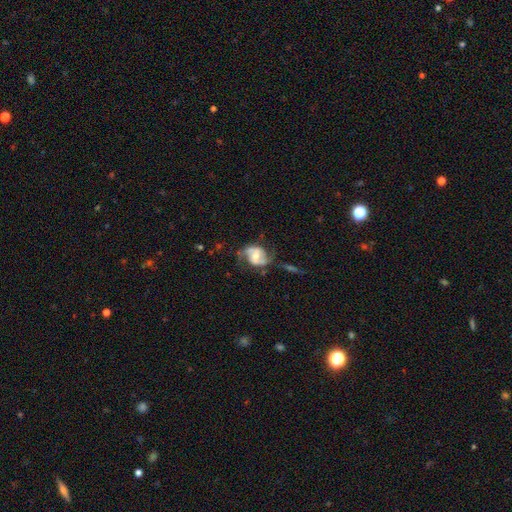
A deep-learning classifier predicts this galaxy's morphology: Overall: featured or disk (74%). Edge-on disk: no (97%). Bar: weak (40%; no 36%). Spiral arms: yes (86%). Spiral arm count: 2 (86%). Spiral winding: medium (43%; loose 38%). Bulge size: moderate (61%; small 30%). Merging: none (58%; minor disturbance 21%).